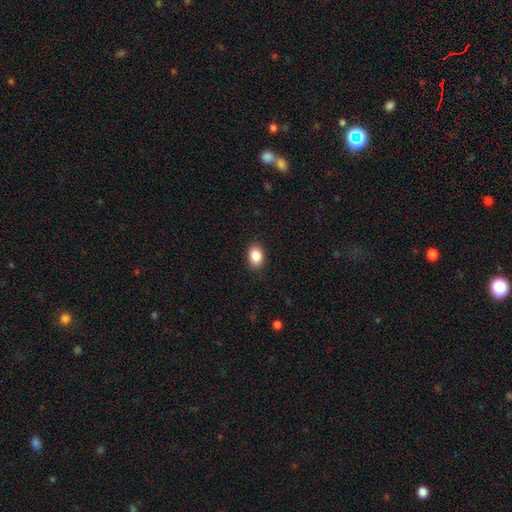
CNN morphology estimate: A smooth galaxy with no disk features (86%) that is in between round and cigar-shaped (77%). Merging: none (89%).